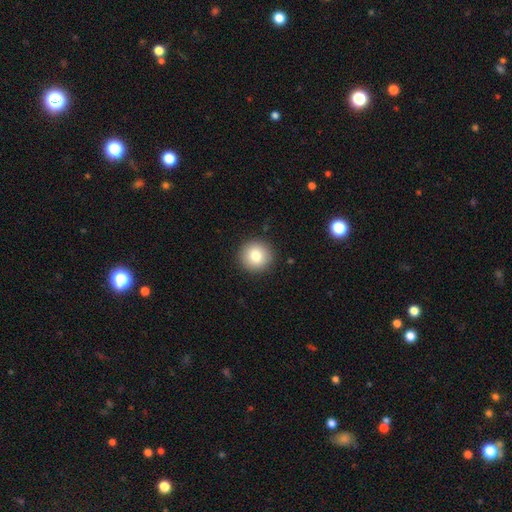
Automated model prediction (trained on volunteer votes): Overall: smooth (80%). How rounded: round (95%). Merging: none (91%).